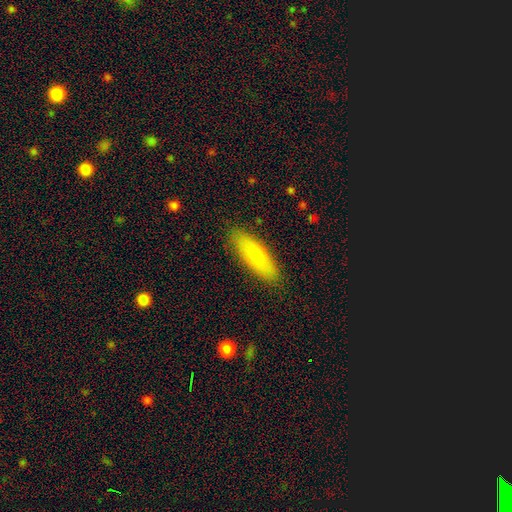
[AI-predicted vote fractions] smooth-or-featured: smooth: 79% | featured or disk: 15% | star or artifact: 6%
  how-rounded: in between: 51% | cigar-shaped: 47% | round: 2%
  merging: none: 87% | minor disturbance: 10% | major disturbance: 2% | merger: 1%